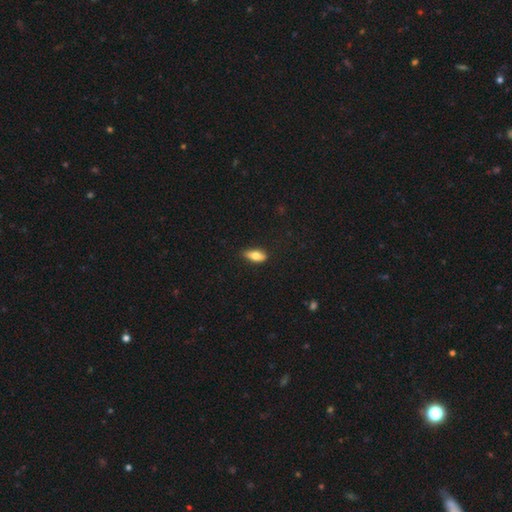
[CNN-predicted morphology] The model was most divided on "smooth or featured": smooth: 71%, featured or disk: 22%, star or artifact: 7%. More confident: how rounded — in between (80%); merging — none (77%).